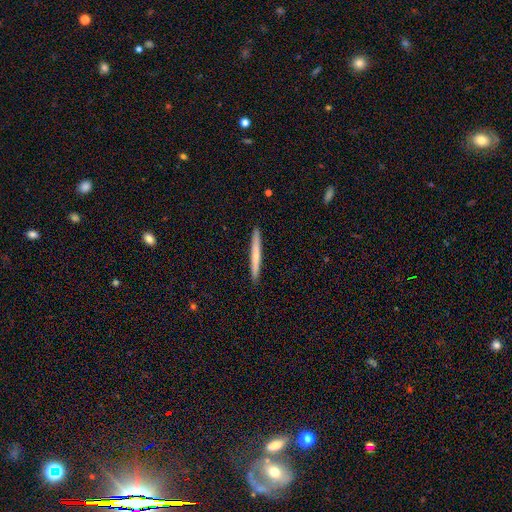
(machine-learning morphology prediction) smooth 63%, featured or disk 31%, star or artifact 5%. Down the decision tree: how rounded — cigar-shaped (97%); merging — none (92%).